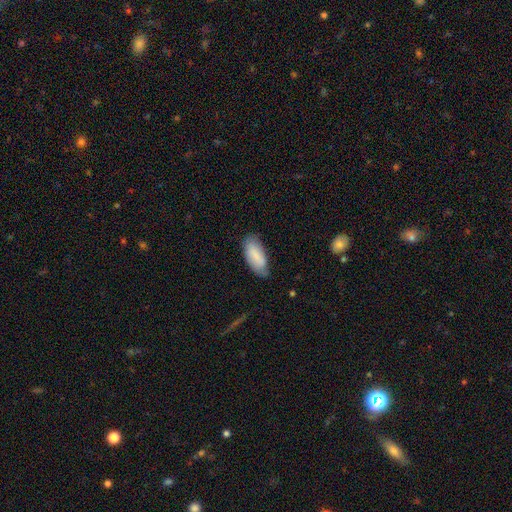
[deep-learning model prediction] smooth-or-featured: smooth: 79% | featured or disk: 15% | star or artifact: 6%
  how-rounded: in between: 89% | cigar-shaped: 9% | round: 2%
  merging: none: 64% | minor disturbance: 29% | major disturbance: 6% | merger: 2%